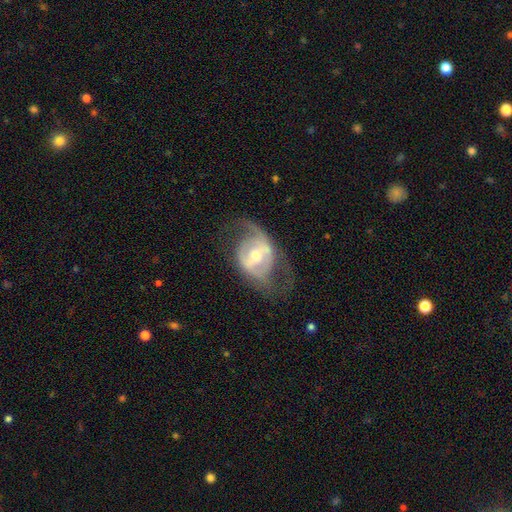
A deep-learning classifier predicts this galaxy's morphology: Overall: featured or disk (77%). Edge-on disk: no (94%). Bar: weak (38%; strong 32%). Spiral arms: yes (70%; no 30%). Spiral arm count: 2 (73%). Spiral winding: medium (44%; loose 36%). Bulge size: moderate (55%; small 38%). Merging: none (54%; major disturbance 26%).